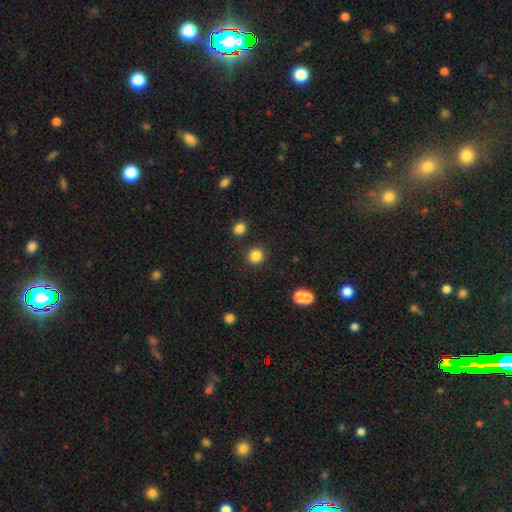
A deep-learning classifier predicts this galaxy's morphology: smooth-or-featured: smooth: 85% | star or artifact: 12% | featured or disk: 4%
  how-rounded: round: 91% | in between: 8% | cigar-shaped: 1%
  merging: none: 88% | minor disturbance: 6% | merger: 4% | major disturbance: 2%